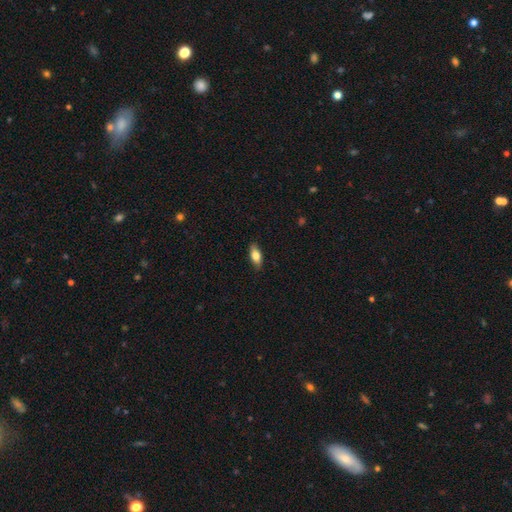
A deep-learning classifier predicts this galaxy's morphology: Overall: smooth (79%). How rounded: in between (84%). Merging: none (85%).